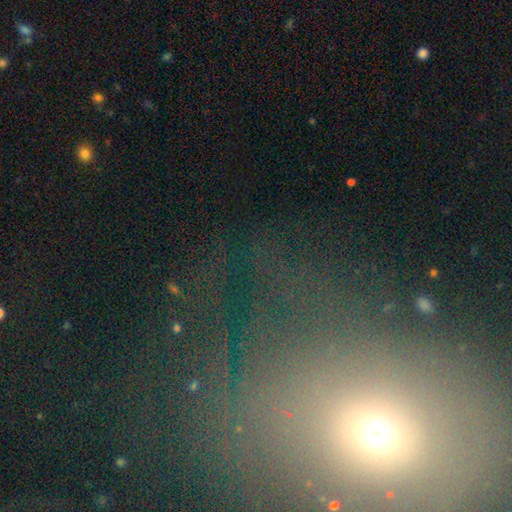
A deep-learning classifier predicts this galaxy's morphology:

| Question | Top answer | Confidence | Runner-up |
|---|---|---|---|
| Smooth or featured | star or artifact | 51% | featured or disk (26%) |